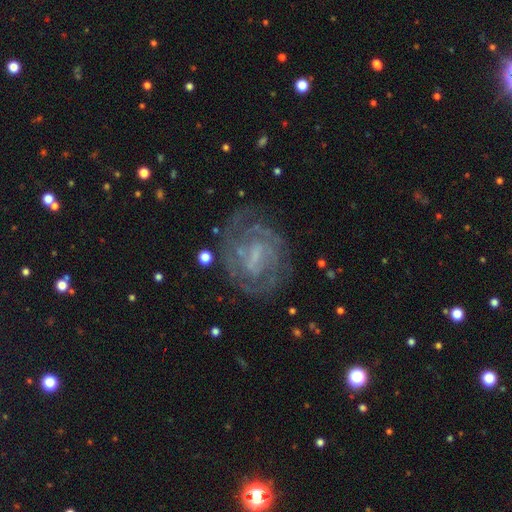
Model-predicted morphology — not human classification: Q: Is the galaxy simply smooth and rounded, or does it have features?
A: featured or disk — 83%.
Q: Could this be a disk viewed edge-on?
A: no — 97%.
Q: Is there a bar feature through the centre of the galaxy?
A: weak — 50%.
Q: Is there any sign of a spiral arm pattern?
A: yes — 89%.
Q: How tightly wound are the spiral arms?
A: tight — 61%.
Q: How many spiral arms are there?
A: can't tell — 36%.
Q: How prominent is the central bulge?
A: small — 41%.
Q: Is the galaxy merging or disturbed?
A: none — 71%.